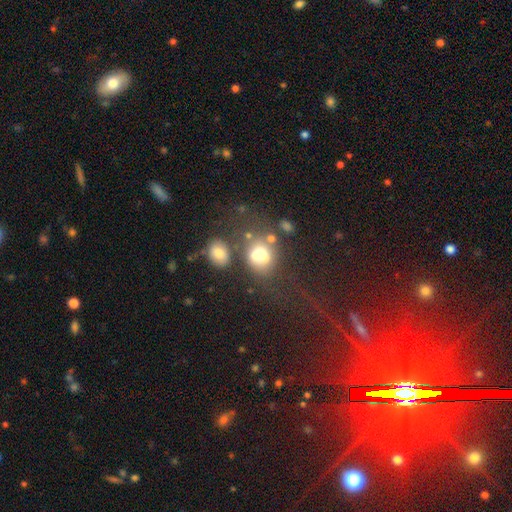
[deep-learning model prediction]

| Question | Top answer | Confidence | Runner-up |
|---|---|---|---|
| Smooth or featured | smooth | 65% | featured or disk (21%) |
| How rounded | round | 50% | in between (49%) |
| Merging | none | 39% | merger (30%) |